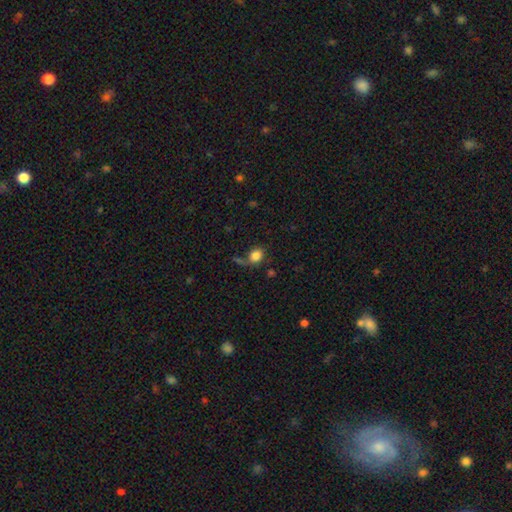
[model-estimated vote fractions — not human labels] This appears to be a smooth galaxy with no disk features (83%) that is round (56%). Merging: none (56%).